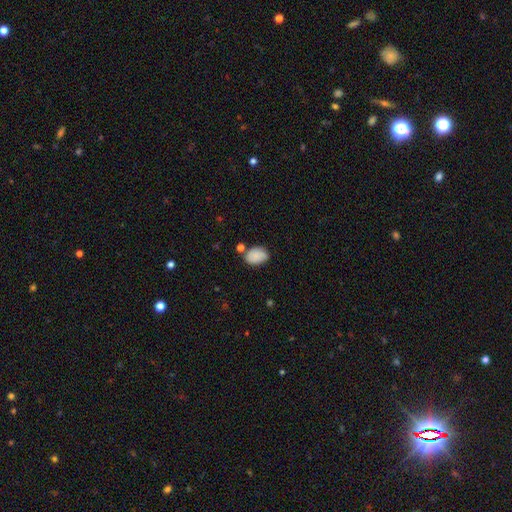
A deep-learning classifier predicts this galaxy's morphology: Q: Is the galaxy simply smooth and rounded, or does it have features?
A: smooth — 84%.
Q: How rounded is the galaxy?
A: in between — 80%.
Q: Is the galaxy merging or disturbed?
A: none — 65%.